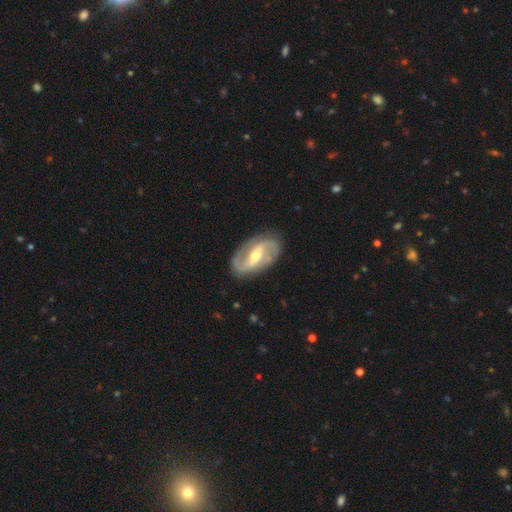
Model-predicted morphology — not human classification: The model was most divided on "bar": strong: 46%, weak: 38%, no: 17%. Remaining: edge-on disk — no (96%); spiral arms — yes (95%); spiral arm count — 2 (91%); smooth or featured — featured or disk (88%); merging — none (84%); bulge size — moderate (60%); spiral winding — medium (45%).